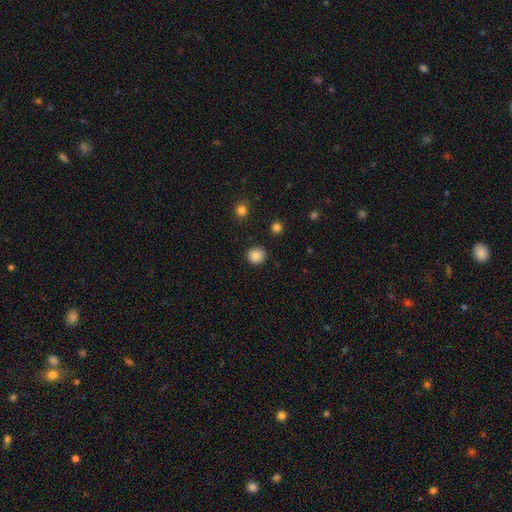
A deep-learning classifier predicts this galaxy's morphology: Smooth or featured? smooth (87%)
How rounded? round (91%)
Merging? none (90%)